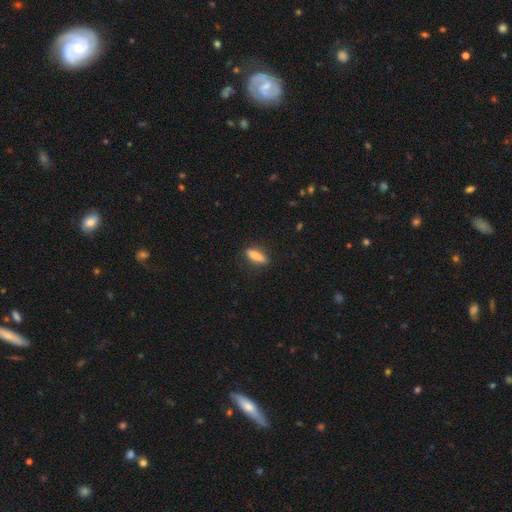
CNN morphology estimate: type=smooth (78%); roundness=cigar-shaped (57%); merging=none (85%).